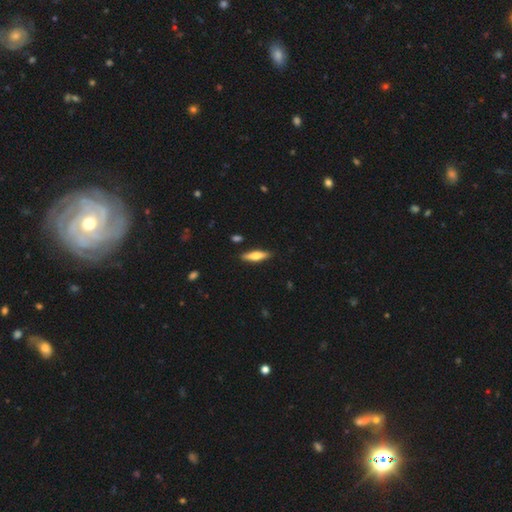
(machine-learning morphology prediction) smooth-or-featured: smooth: 60% | featured or disk: 35% | star or artifact: 6%
  how-rounded: cigar-shaped: 65% | in between: 33% | round: 2%
  merging: none: 87% | minor disturbance: 9% | major disturbance: 2% | merger: 2%